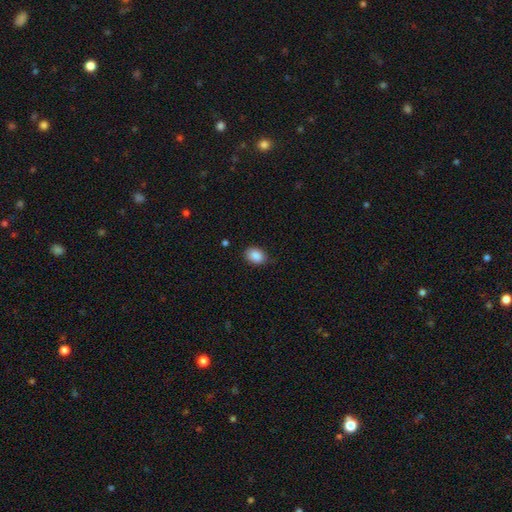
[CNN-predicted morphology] This appears to be a smooth galaxy with no disk features (87%) that is in between round and cigar-shaped (68%). Merging: none (81%).